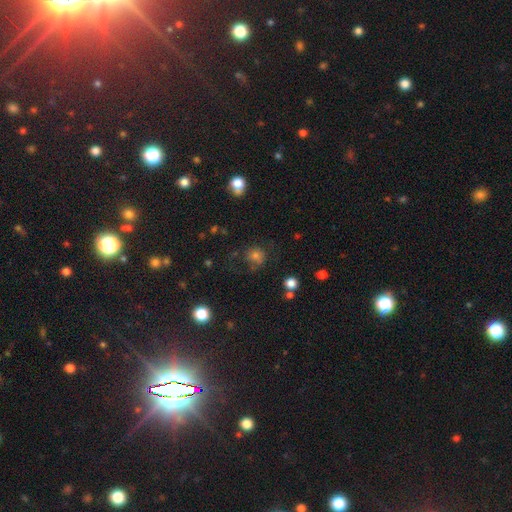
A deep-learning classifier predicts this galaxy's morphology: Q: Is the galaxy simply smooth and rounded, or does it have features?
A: smooth — 69%.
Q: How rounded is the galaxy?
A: round — 83%.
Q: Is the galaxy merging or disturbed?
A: none — 63%.